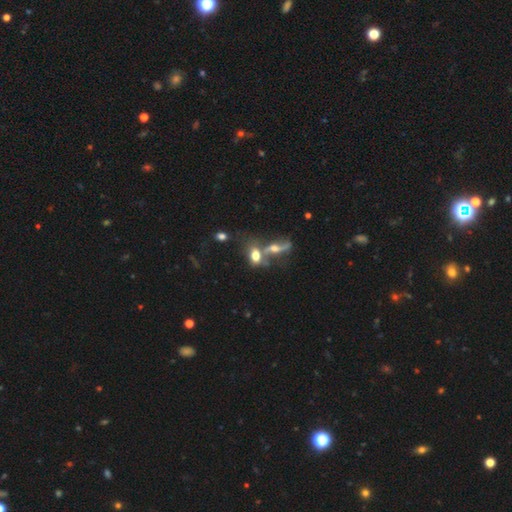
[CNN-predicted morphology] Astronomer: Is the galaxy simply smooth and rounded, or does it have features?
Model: smooth — 59%.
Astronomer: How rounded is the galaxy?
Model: in between — 76%.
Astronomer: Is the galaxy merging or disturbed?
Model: merger — 55%.